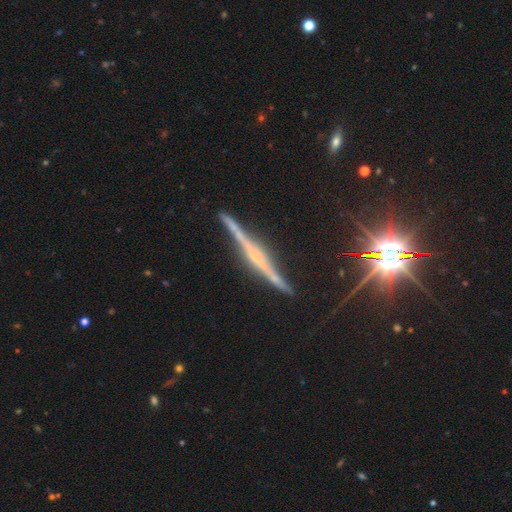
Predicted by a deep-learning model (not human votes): smooth_or_featured: featured or disk (p=0.77) [alt: star or artifact p=0.11]
disk_edge_on: yes (p=0.98) [alt: no p=0.02]
edge_on_bulge: rounded (p=0.41) [alt: none p=0.30]
merging: none (p=0.86) [alt: minor disturbance p=0.10]